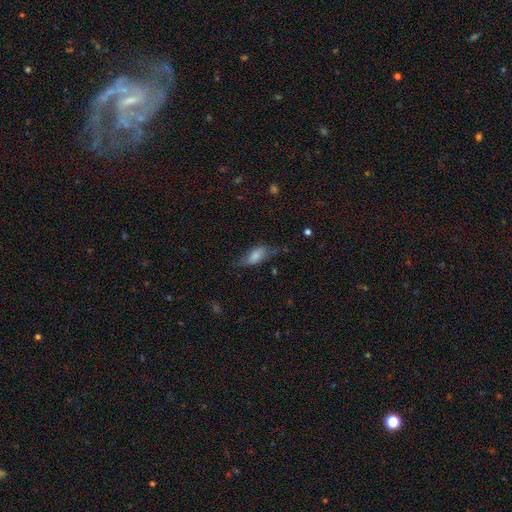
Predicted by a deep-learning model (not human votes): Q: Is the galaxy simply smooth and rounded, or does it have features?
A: smooth — 66%.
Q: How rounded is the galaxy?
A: in between — 81%.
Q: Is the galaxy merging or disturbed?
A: none — 51%.